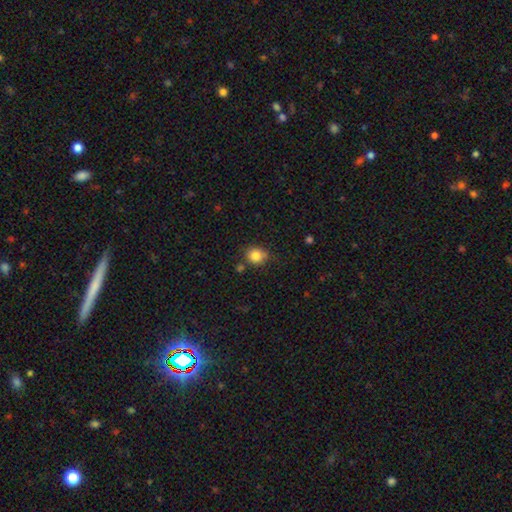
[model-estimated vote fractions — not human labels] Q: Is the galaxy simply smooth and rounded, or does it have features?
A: smooth — 83%.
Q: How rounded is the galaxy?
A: round — 74%.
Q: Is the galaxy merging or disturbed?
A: none — 74%.